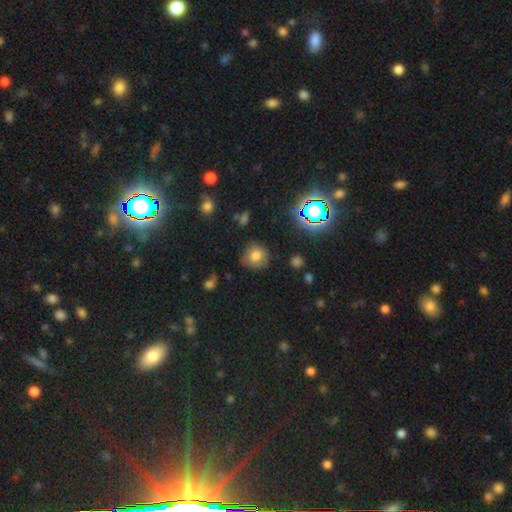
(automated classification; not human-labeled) This is likely a smooth galaxy (74%). How rounded: clearly round (86%). Merging: likely none (79%).